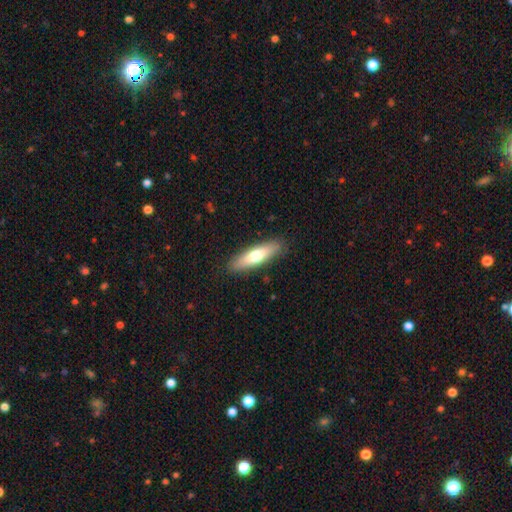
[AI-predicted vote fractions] A smooth galaxy with no disk features (64%) that is cigar-shaped (66%). Merging: none (89%).